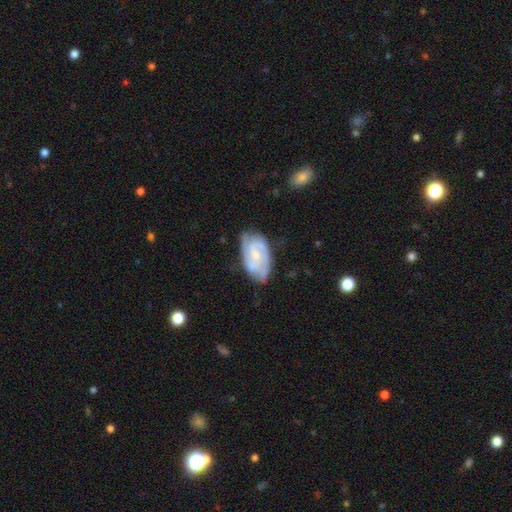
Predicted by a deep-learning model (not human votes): This appears to be a featured or disk galaxy (79%) with no bar (51%), 2 (51%) tight (51%) spiral arms (94%) and a small central bulge (55%). Merging: none (66%).